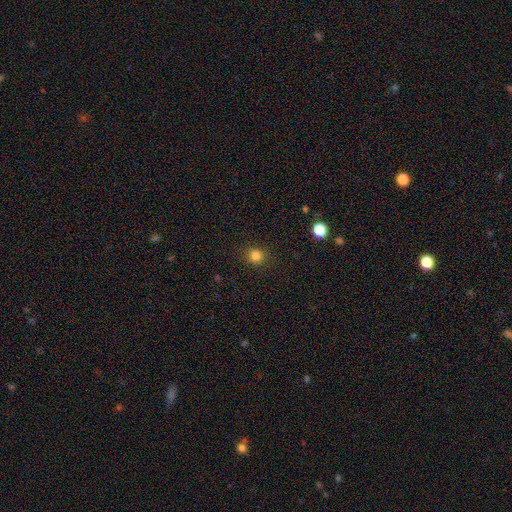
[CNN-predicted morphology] Smooth or featured? smooth (83%)
How rounded? round (87%)
Merging? none (89%)